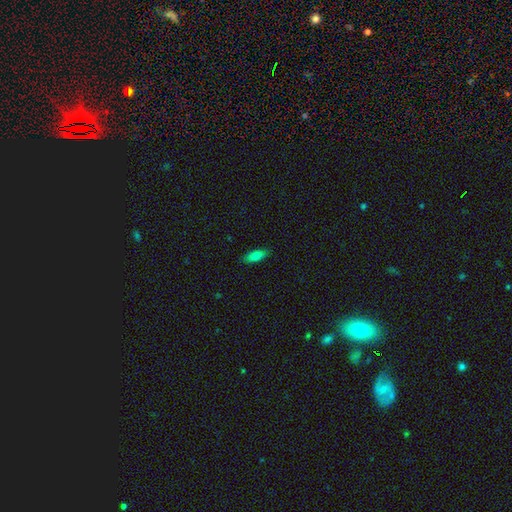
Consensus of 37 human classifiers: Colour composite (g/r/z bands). It shows a smooth galaxy with no disk features (68%) that is in between round and cigar-shaped (72%). Merging: none (92%).